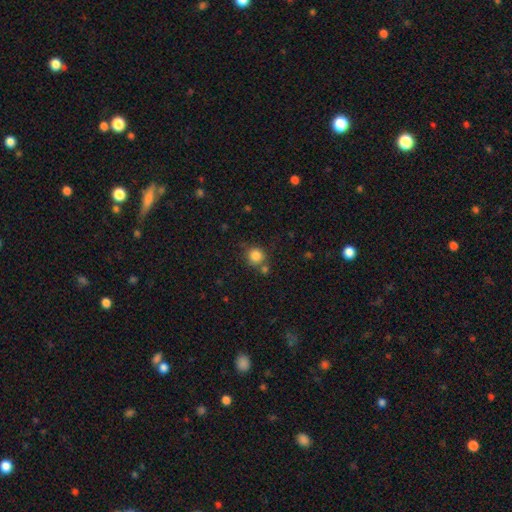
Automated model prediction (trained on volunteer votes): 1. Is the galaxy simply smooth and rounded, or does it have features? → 84% smooth, 11% star or artifact, 5% featured or disk.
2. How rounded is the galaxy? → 90% round, 9% in between, 1% cigar-shaped.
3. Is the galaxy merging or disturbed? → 70% none, 15% merger, 12% minor disturbance, 4% major disturbance.